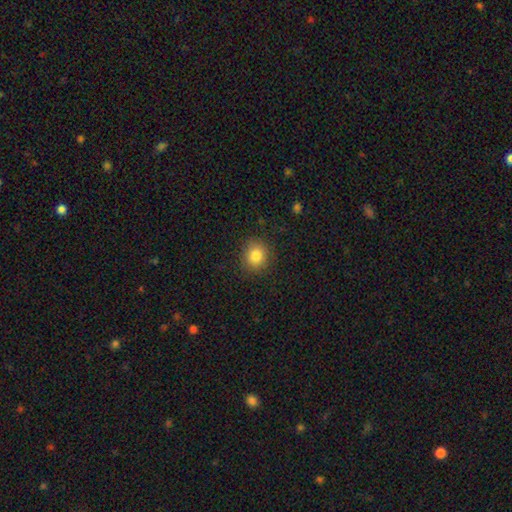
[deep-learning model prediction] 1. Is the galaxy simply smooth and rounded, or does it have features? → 83% smooth, 11% star or artifact, 6% featured or disk.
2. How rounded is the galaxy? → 83% round, 16% in between, 1% cigar-shaped.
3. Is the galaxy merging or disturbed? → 88% none, 8% minor disturbance, 3% major disturbance, 1% merger.